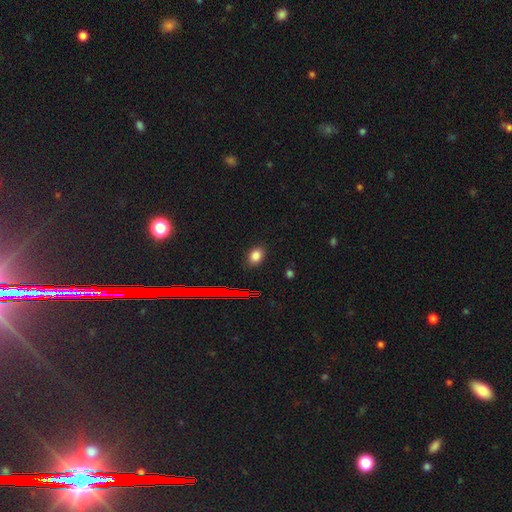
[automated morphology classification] A smooth galaxy with no disk features (81%) that is in between round and cigar-shaped (69%). Merging: none (87%).